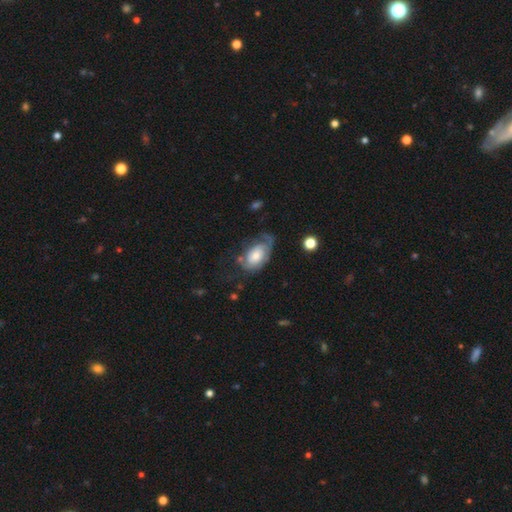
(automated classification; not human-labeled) The model was most divided on "merging": none: 38%, major disturbance: 31%, minor disturbance: 27%, merger: 4%. More confident: edge-on disk — no (94%); spiral arms — yes (77%); bar — no (76%); smooth or featured — featured or disk (58%); bulge size — moderate (53%).